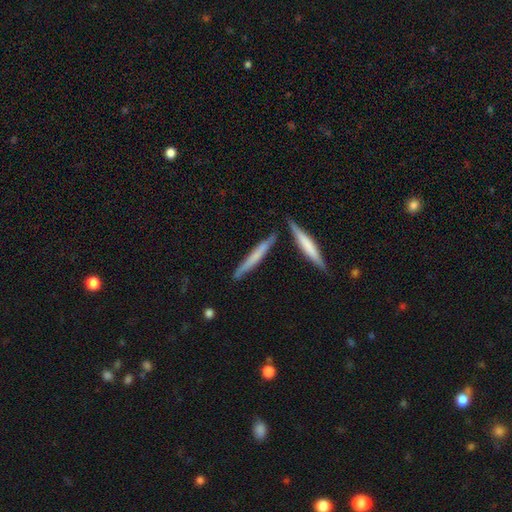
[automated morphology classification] The model was most divided on "smooth or featured": smooth: 51%, featured or disk: 43%, star or artifact: 6%. More confident: how rounded — cigar-shaped (95%); merging — none (77%).